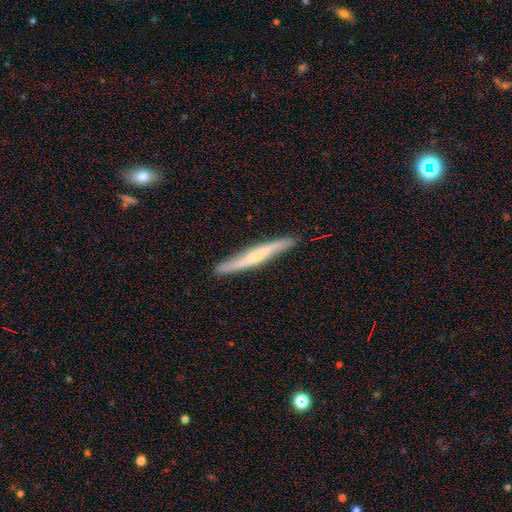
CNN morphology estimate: Smooth or featured: featured or disk — 58% (smooth — 36%)
Edge-on disk: yes — 87% (no — 13%)
Edge-on bulge: none — 42% (tied with rounded — 42%)
Merging: none — 84% (minor disturbance — 13%)